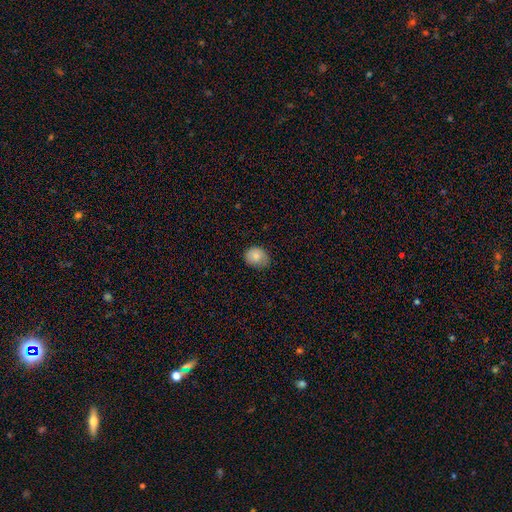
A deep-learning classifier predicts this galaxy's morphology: Overall: smooth (83%). How rounded: round (65%; in between 35%). Merging: none (68%).